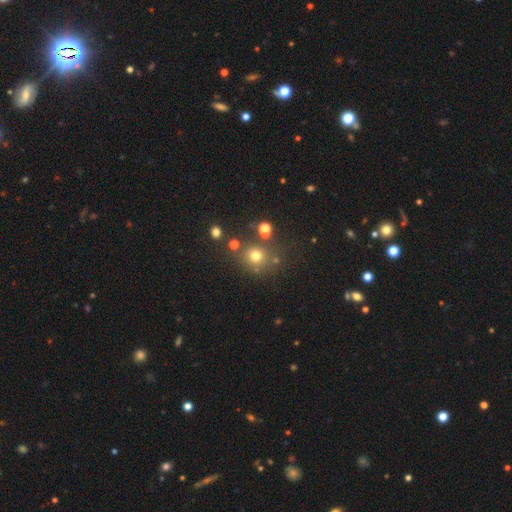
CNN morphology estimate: This is likely a smooth galaxy (70%). How rounded: clearly round (86%). Merging: likely none (74%).